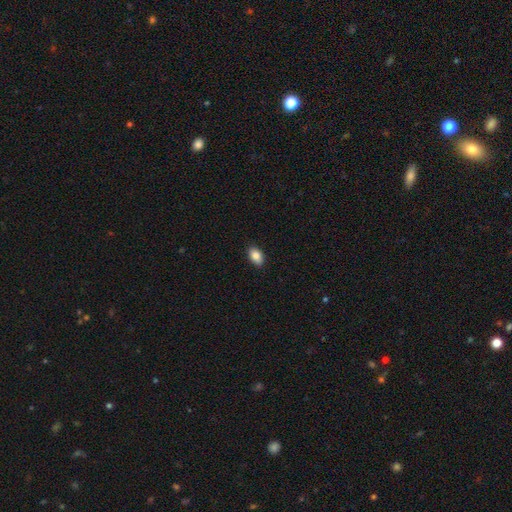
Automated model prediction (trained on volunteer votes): A smooth galaxy with no disk features (86%) that is in between round and cigar-shaped (90%).

Vote fractions:
- Smooth or featured? smooth: 86% / star or artifact: 8% / featured or disk: 7%
- How rounded? in between: 90% / round: 8% / cigar-shaped: 2%
- Merging? none: 88% / minor disturbance: 9% / major disturbance: 2% / merger: 1%